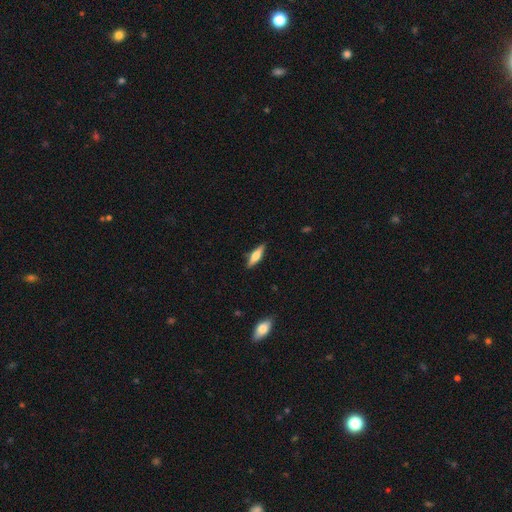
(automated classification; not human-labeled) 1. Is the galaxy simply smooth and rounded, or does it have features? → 50% smooth, 43% featured or disk, 6% star or artifact.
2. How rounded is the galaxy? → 61% cigar-shaped, 37% in between, 2% round.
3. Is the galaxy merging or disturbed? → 87% none, 10% minor disturbance, 2% major disturbance, 1% merger.